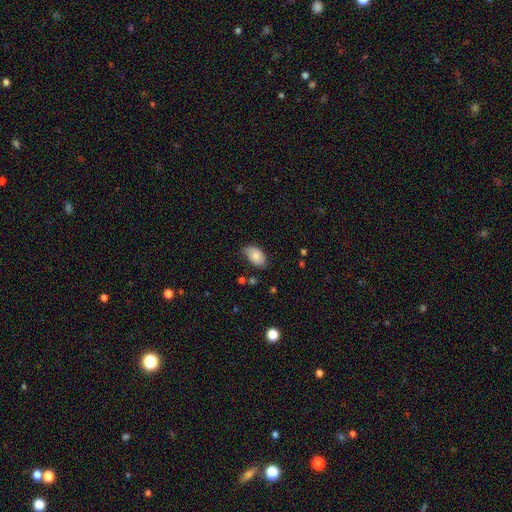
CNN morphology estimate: smooth-or-featured: smooth: 78% | featured or disk: 15% | star or artifact: 7%
  how-rounded: in between: 93% | round: 6% | cigar-shaped: 1%
  merging: none: 65% | minor disturbance: 28% | major disturbance: 5% | merger: 2%